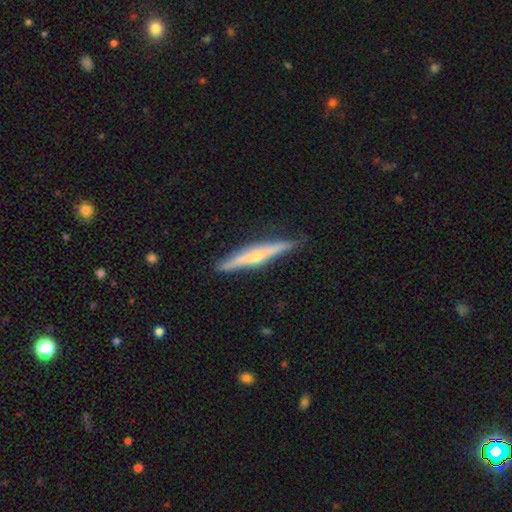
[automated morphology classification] featured or disk 66%, smooth 29%, star or artifact 6%. Down the decision tree: edge-on disk — yes (97%); edge-on bulge — rounded (75%); merging — none (86%).